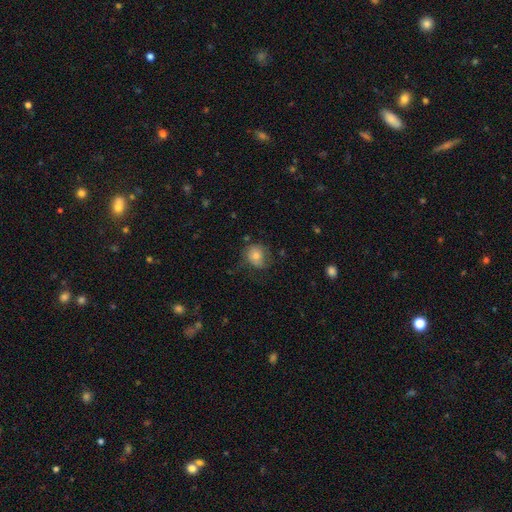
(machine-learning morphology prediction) A smooth galaxy with no disk features (73%) that is round (69%). Merging: none (56%).